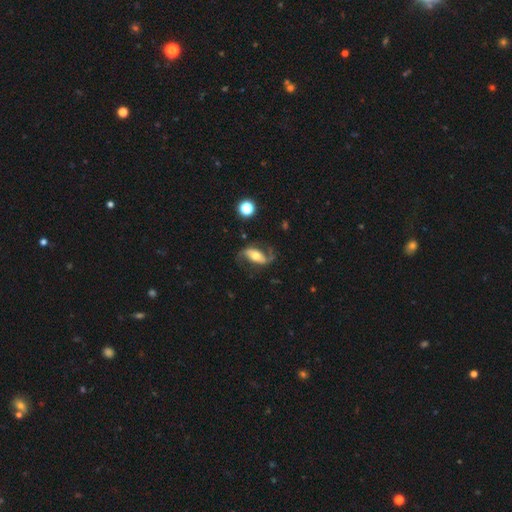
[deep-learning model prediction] smooth-or-featured: featured or disk: 80% | smooth: 14% | star or artifact: 6%
  disk-edge-on: no: 94% | yes: 6%
    bar: strong: 40% | no: 31% | weak: 28%
    has-spiral-arms: yes: 93% | no: 7%
      spiral-winding: loose: 58% | medium: 33% | tight: 10%
      spiral-arm-count: 2: 90% | 1: 5% | can't tell: 3% | 3: 1% | 4: 1% | more than 4: 1%
    bulge-size: moderate: 63% | small: 21% | large: 13% | dominant: 2% | none: 2%
  merging: none: 68% | minor disturbance: 17% | major disturbance: 13% | merger: 2%